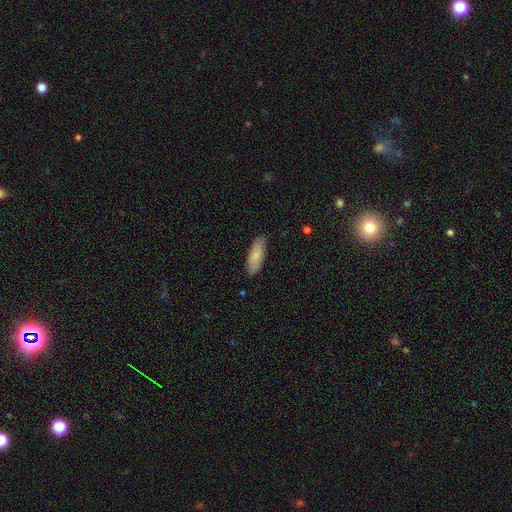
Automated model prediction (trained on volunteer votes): smooth-or-featured: smooth: 81% | featured or disk: 13% | star or artifact: 6%
  how-rounded: in between: 67% | cigar-shaped: 31% | round: 2%
  merging: none: 86% | minor disturbance: 11% | major disturbance: 2% | merger: 1%